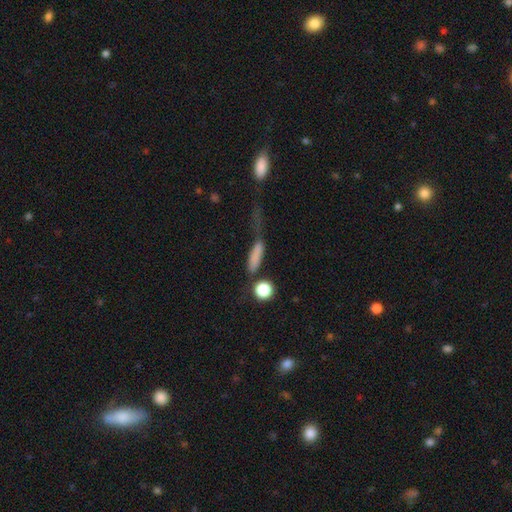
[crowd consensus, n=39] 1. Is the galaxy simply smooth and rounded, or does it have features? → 90% smooth, 10% star or artifact, 0% featured or disk.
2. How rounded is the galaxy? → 57% cigar-shaped, 23% in between, 20% round.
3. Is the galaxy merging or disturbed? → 37% none, 26% major disturbance, 23% minor disturbance, 14% merger.